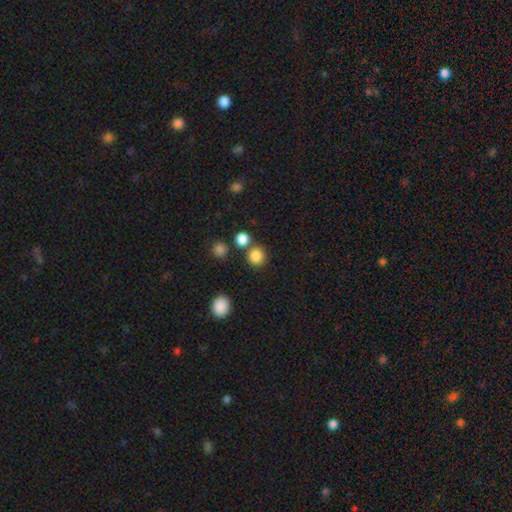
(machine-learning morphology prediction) Smooth or featured: smooth — 84% (star or artifact — 12%)
How rounded: round — 88% (in between — 11%)
Merging: none — 75% (merger — 14%)